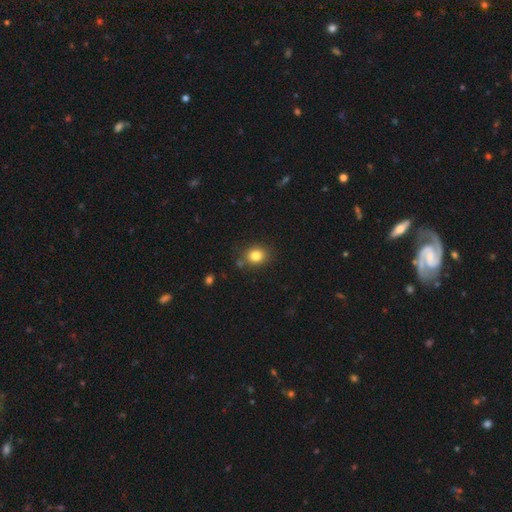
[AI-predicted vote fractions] smooth_or_featured: smooth (p=0.83) [alt: star or artifact p=0.11]
how_rounded: round (p=0.69) [alt: in between p=0.30]
merging: none (p=0.81) [alt: minor disturbance p=0.11]